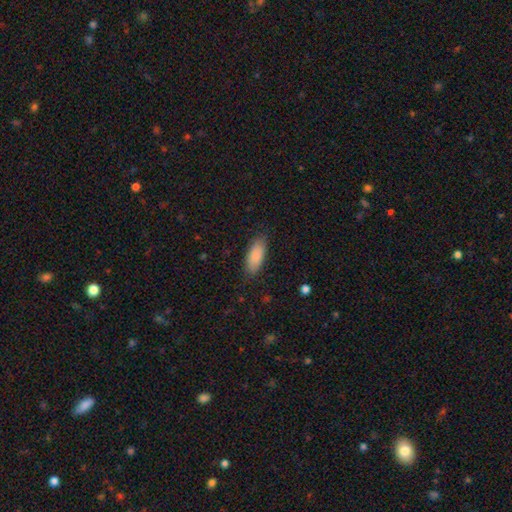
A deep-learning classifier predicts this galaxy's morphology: smooth-or-featured: smooth: 89% | star or artifact: 6% | featured or disk: 5%
  how-rounded: in between: 81% | cigar-shaped: 17% | round: 2%
  merging: none: 83% | minor disturbance: 13% | major disturbance: 3% | merger: 1%